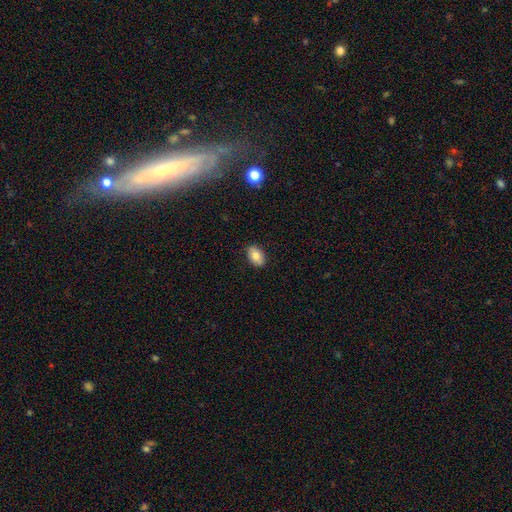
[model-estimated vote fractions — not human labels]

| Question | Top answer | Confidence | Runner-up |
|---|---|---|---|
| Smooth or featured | smooth | 80% | featured or disk (12%) |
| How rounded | in between | 87% | round (12%) |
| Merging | none | 87% | minor disturbance (10%) |